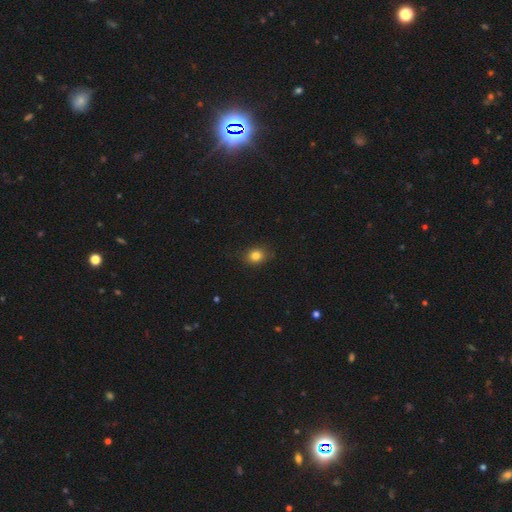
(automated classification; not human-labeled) Smooth or featured? Predicted: smooth (p=0.82). How rounded? Predicted: round (p=0.57). Merging? Predicted: none (p=0.84).